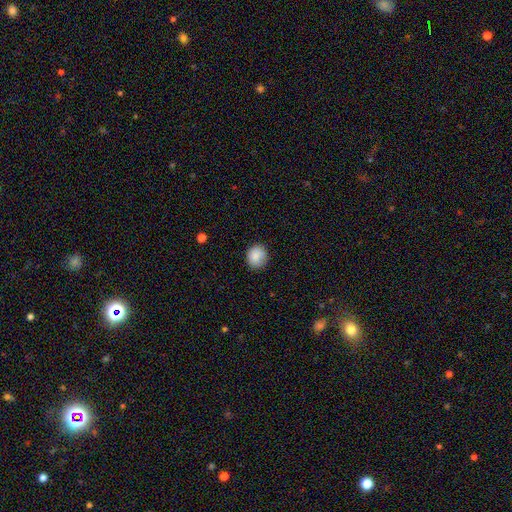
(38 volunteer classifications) Smooth or featured: smooth — 92% (featured or disk — 5%)
How rounded: round — 86% (in between — 14%)
Merging: none — 89% (minor disturbance — 8%)